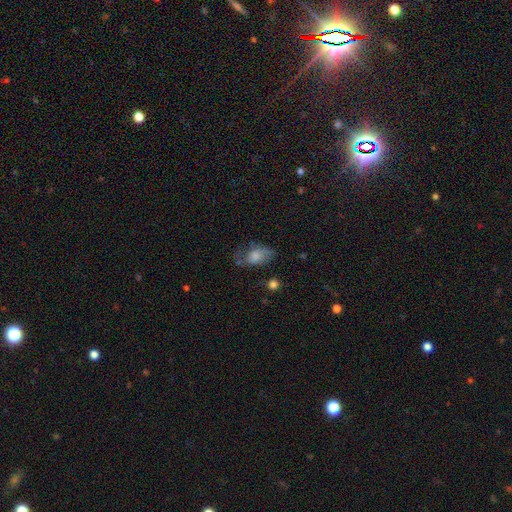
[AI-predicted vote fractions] This appears to be a smooth galaxy with no disk features (64%) that is in between round and cigar-shaped (87%). Merging: none (39%).